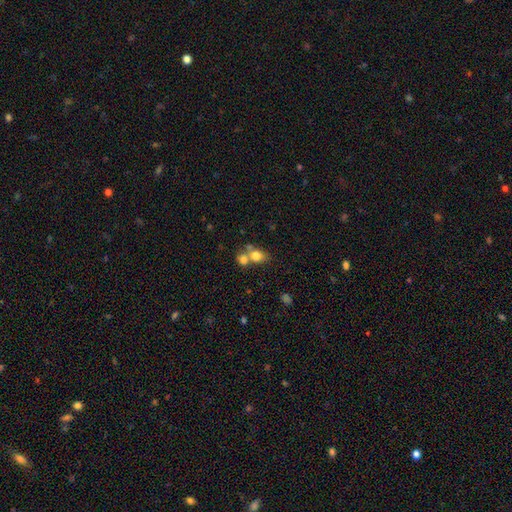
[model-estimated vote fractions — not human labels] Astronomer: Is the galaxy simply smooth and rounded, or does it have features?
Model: smooth — 76%.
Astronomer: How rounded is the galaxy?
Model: round — 53% (runner-up: in between, 46%).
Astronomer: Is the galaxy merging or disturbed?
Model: merger — 54% (runner-up: none, 35%).